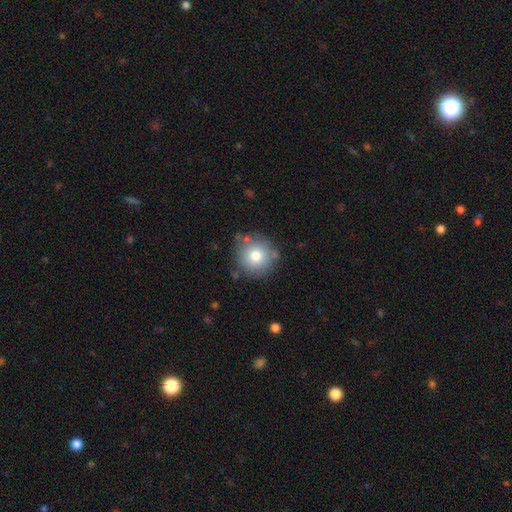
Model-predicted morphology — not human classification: Q: Smooth or featured?
A: smooth (76%); runner-up: featured or disk (13%)
Q: How rounded?
A: round (94%); runner-up: in between (5%)
Q: Merging?
A: none (81%); runner-up: minor disturbance (11%)